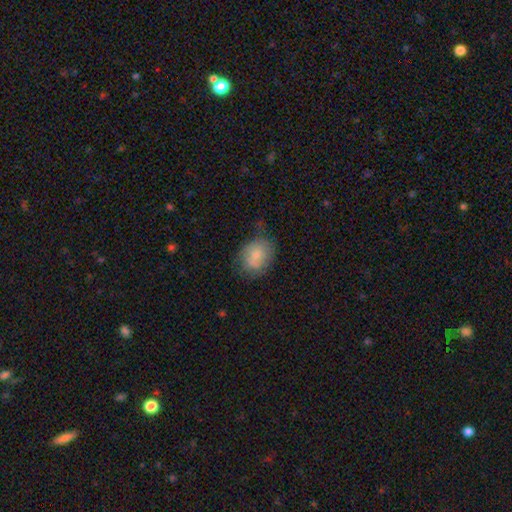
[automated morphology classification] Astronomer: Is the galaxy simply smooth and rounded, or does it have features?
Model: smooth — 75%.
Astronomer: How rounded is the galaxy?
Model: in between — 56% (runner-up: round, 43%).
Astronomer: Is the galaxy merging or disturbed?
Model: none — 54%.